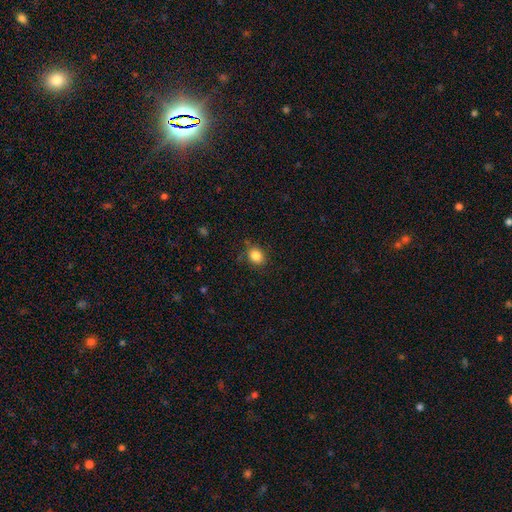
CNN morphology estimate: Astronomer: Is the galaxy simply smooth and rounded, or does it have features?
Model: smooth — 84%.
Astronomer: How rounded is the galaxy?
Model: round — 54% (runner-up: in between, 45%).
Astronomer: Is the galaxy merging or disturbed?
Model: none — 79%.